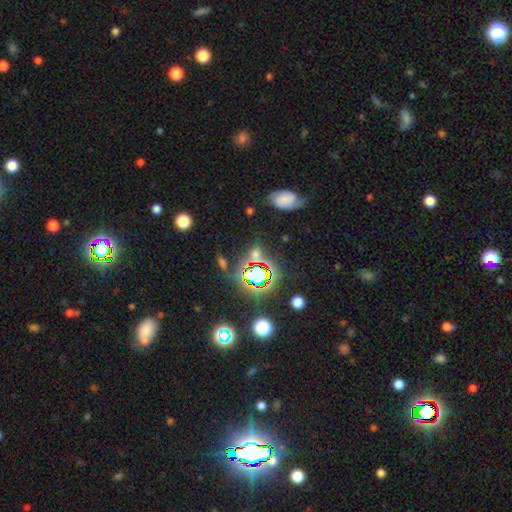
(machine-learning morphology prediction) type=star or artifact (57%).